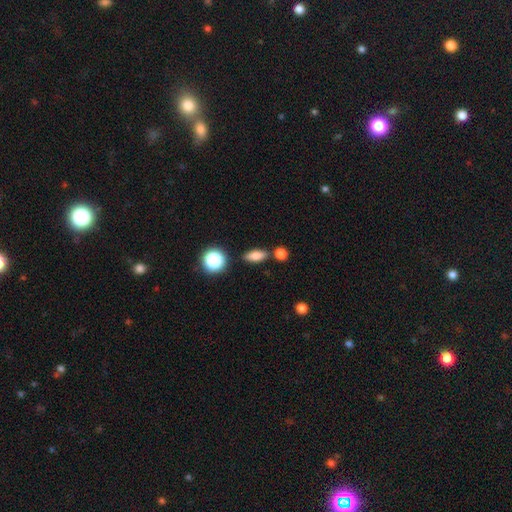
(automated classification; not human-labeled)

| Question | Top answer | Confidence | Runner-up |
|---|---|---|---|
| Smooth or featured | smooth | 78% | star or artifact (12%) |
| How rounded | in between | 68% | cigar-shaped (21%) |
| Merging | none | 79% | minor disturbance (10%) |